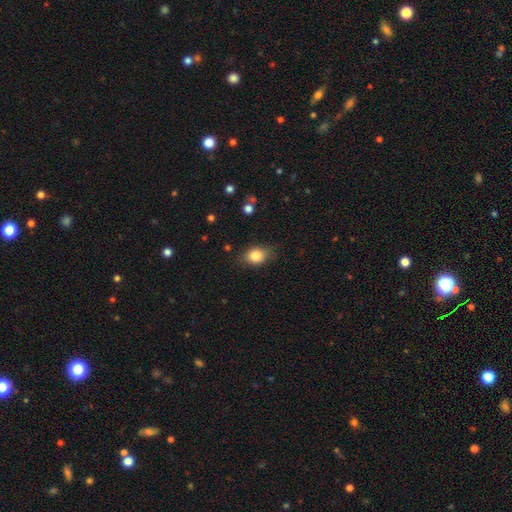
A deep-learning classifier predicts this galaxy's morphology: The model was most divided on "how rounded": in between: 62%, round: 36%, cigar-shaped: 2%. More confident: smooth or featured — smooth (82%); merging — none (76%).